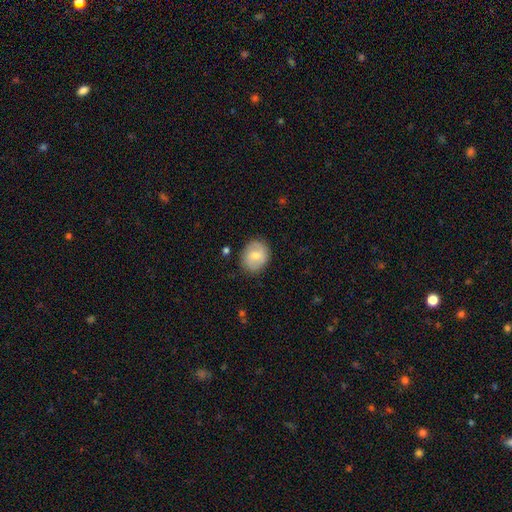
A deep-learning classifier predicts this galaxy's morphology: This is likely a smooth galaxy (64%). How rounded: likely round (64%). Merging: clearly none (83%).